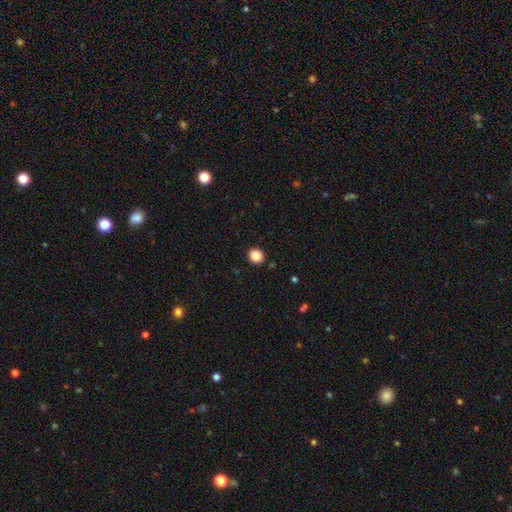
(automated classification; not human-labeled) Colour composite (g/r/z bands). It shows a smooth galaxy with no disk features (87%) that is round (79%). Merging: none (91%).